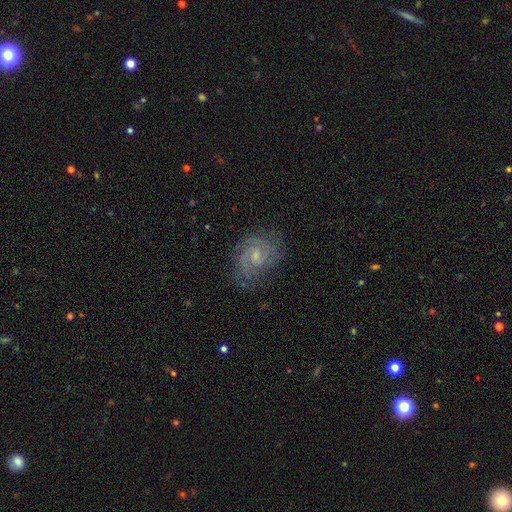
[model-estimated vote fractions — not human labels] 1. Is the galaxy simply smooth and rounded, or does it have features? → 78% featured or disk, 14% smooth, 8% star or artifact.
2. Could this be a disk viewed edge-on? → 97% no, 3% yes.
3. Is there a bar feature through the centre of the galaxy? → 52% no, 43% weak, 5% strong.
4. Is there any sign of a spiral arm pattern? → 94% yes, 6% no.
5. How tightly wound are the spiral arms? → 45% tight, 43% medium, 12% loose.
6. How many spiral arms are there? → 58% 2, 20% can't tell, 11% 3, 4% 1, 3% 4, 3% more than 4.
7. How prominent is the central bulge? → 59% small, 32% moderate, 6% none, 1% large, 1% dominant.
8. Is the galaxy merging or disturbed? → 71% none, 19% minor disturbance, 8% major disturbance, 1% merger.